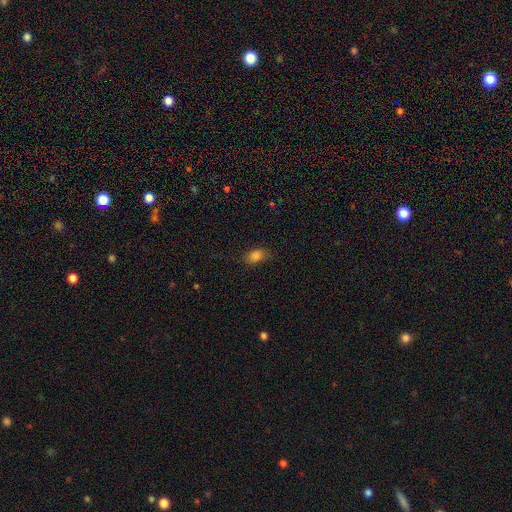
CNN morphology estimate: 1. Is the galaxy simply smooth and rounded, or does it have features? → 83% smooth, 11% star or artifact, 6% featured or disk.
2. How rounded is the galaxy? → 85% in between, 13% round, 2% cigar-shaped.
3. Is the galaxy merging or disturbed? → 77% none, 17% minor disturbance, 5% major disturbance, 1% merger.